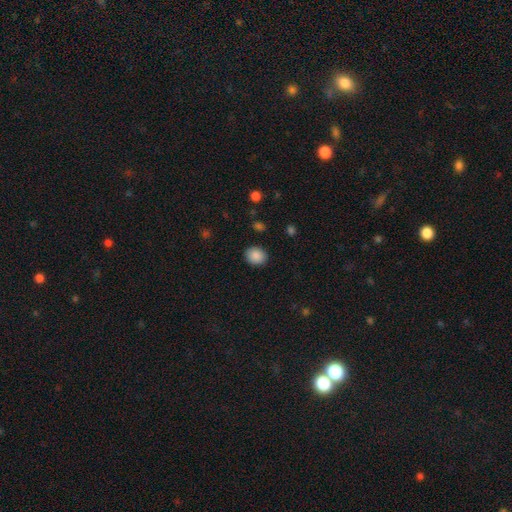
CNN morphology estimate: Smooth or featured? Predicted: smooth (p=0.88). How rounded? Predicted: round (p=0.61). Merging? Predicted: none (p=0.89).